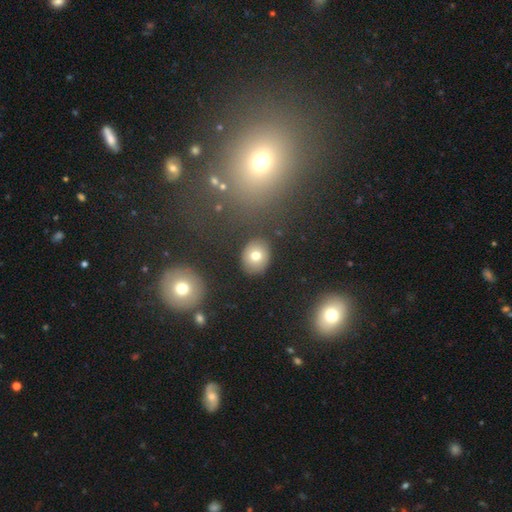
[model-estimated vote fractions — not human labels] This is likely a smooth galaxy (74%). How rounded: likely round (63%). Merging: clearly none (86%).